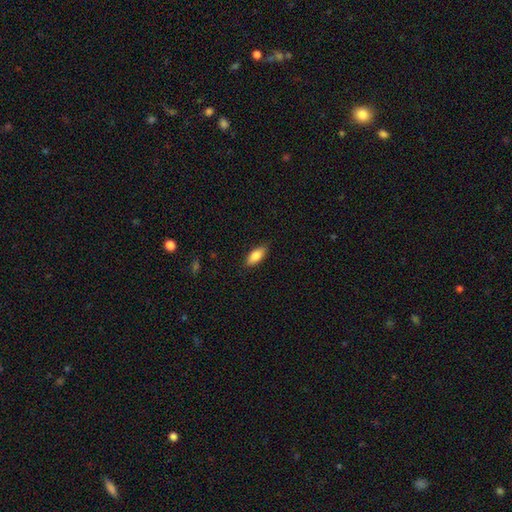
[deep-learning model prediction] Smooth or featured?
  - smooth: 82% *
  - featured or disk: 11%
  - star or artifact: 6%
How rounded?
  - in between: 81% *
  - cigar-shaped: 17%
  - round: 2%
Merging?
  - none: 84% *
  - minor disturbance: 13%
  - major disturbance: 2%
  - merger: 1%